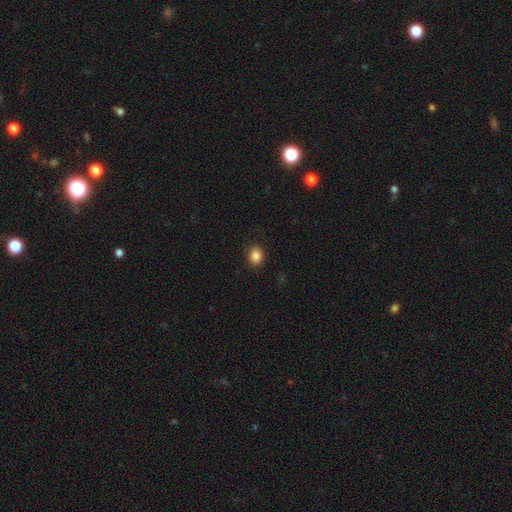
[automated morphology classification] Smooth or featured? Predicted: smooth (p=0.87). How rounded? Predicted: in between (p=0.58). Merging? Predicted: none (p=0.87).